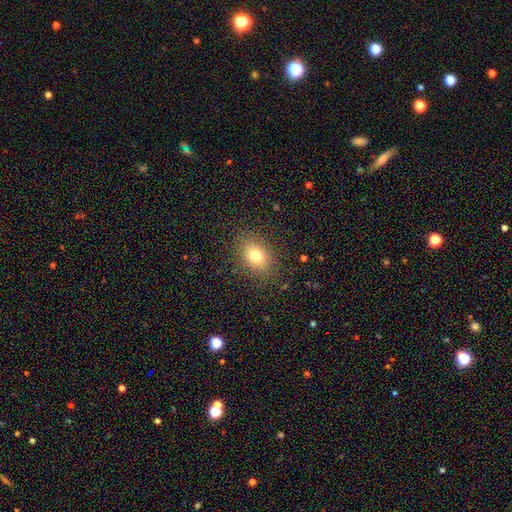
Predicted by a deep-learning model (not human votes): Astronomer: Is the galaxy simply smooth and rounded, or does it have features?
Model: smooth — 76%.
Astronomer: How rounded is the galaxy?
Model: in between — 69%.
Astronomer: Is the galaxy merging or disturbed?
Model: none — 86%.